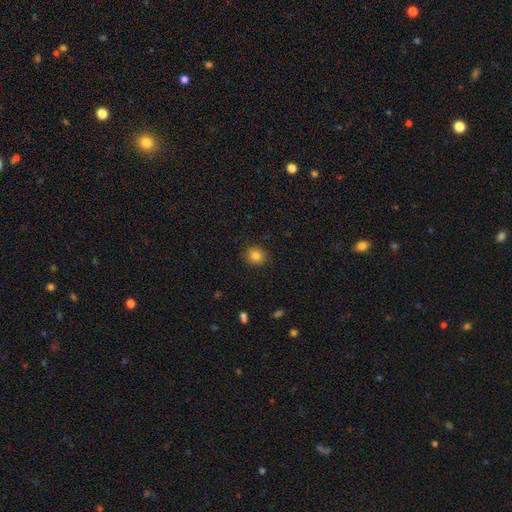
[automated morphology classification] The model was most divided on "how rounded": round: 82%, in between: 17%, cigar-shaped: 1%. More confident: merging — none (90%); smooth or featured — smooth (83%).